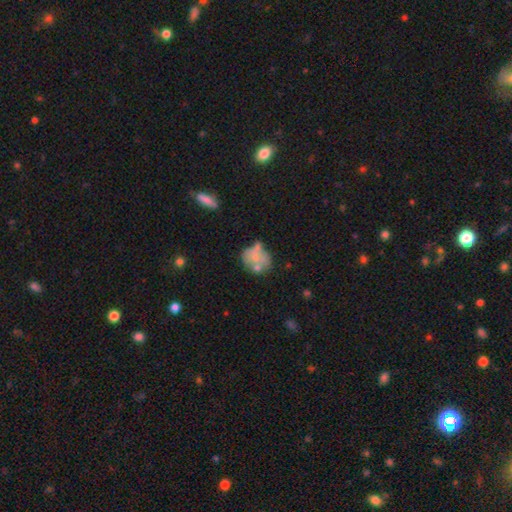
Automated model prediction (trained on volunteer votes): smooth_or_featured: smooth (p=0.49) [alt: featured or disk p=0.41]
merging: none (p=0.34) [alt: merger p=0.26]